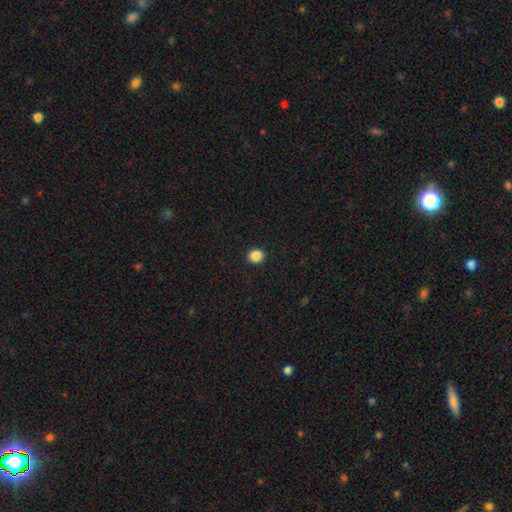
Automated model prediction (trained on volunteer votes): The model was most divided on "how rounded": round: 85%, in between: 14%, cigar-shaped: 1%. More confident: merging — none (93%); smooth or featured — smooth (87%).